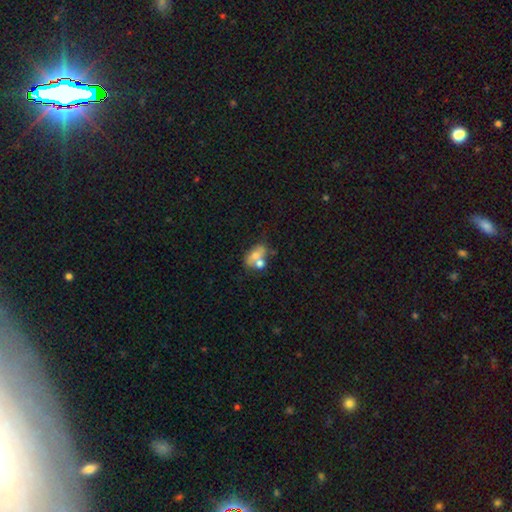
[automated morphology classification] Smooth or featured: smooth — 56% (featured or disk — 34%)
How rounded: in between — 75% (round — 22%)
Merging: merger — 48% (none — 31%)